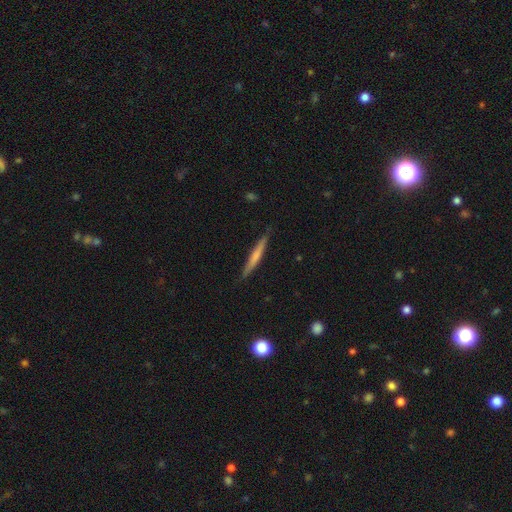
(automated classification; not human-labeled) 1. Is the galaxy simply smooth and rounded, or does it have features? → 52% smooth, 43% featured or disk, 5% star or artifact.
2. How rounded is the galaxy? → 96% cigar-shaped, 3% in between, 1% round.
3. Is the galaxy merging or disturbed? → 88% none, 10% minor disturbance, 2% major disturbance, 1% merger.